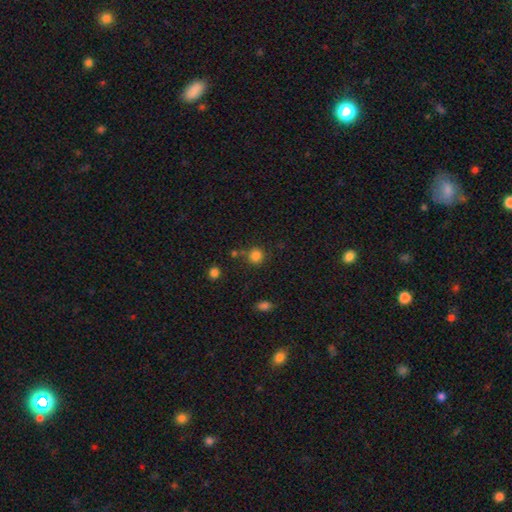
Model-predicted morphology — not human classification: A smooth galaxy with no disk features (82%) that is round (88%). Merging: none (76%).